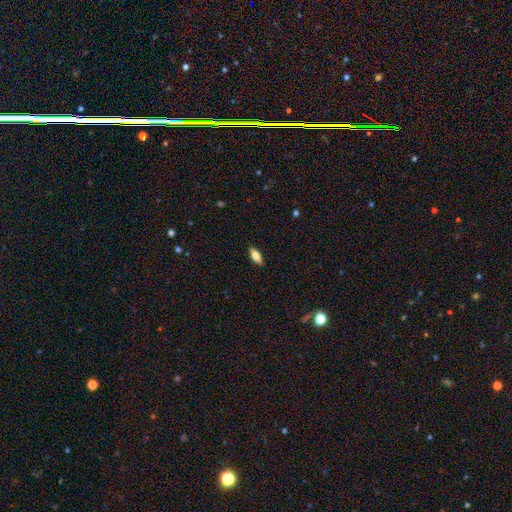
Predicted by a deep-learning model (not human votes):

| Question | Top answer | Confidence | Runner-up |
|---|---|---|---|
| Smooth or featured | smooth | 79% | featured or disk (14%) |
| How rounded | in between | 82% | cigar-shaped (16%) |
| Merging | none | 89% | minor disturbance (8%) |